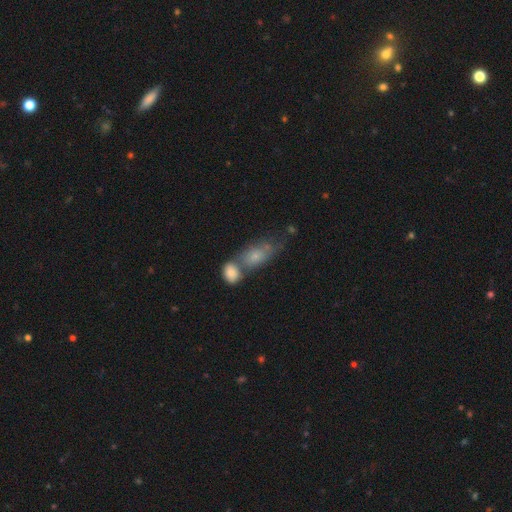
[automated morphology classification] Overall: smooth (74%). How rounded: in between (82%). Merging: merger (53%; none 25%).